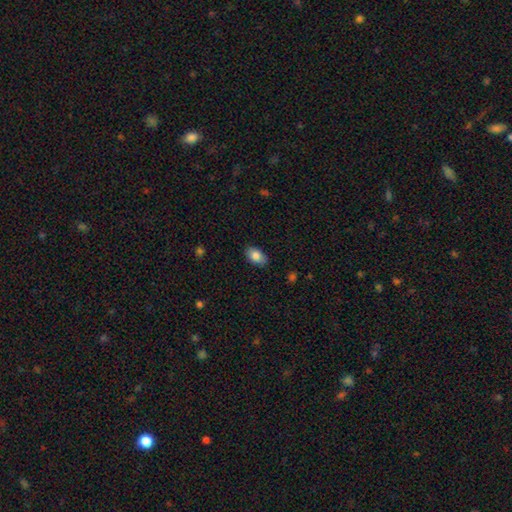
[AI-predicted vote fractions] A smooth galaxy with no disk features (85%) that is in between round and cigar-shaped (90%). Merging: none (85%).